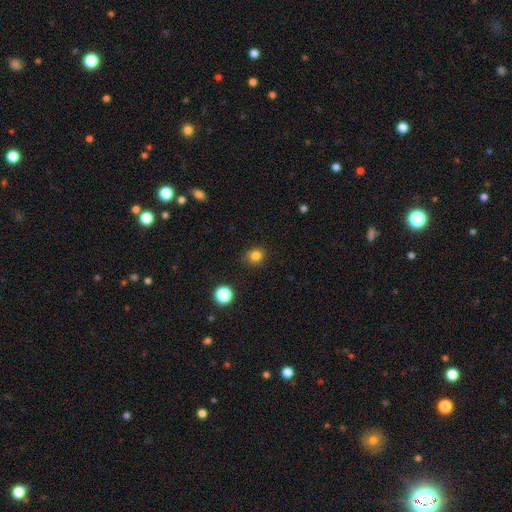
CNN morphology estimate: Q: Smooth or featured?
A: smooth (82%); runner-up: star or artifact (14%)
Q: How rounded?
A: round (82%); runner-up: in between (17%)
Q: Merging?
A: none (85%); runner-up: minor disturbance (11%)